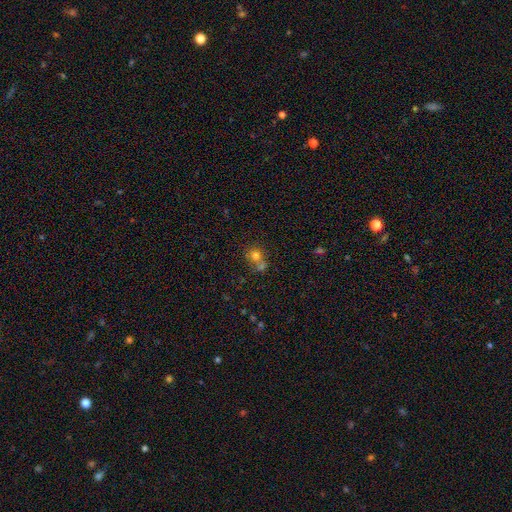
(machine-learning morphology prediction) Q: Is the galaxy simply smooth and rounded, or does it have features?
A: smooth — 74%.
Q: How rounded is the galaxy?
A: round — 82%.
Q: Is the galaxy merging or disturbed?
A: none — 44%, tied with merger.